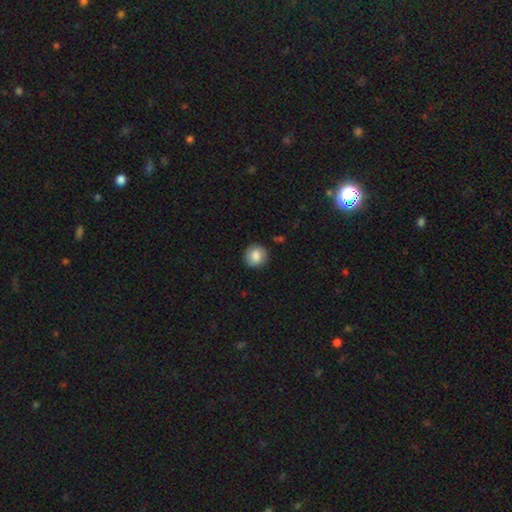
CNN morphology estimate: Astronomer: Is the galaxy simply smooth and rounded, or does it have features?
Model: smooth — 83%.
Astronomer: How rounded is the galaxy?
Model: round — 91%.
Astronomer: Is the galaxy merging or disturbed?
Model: none — 89%.